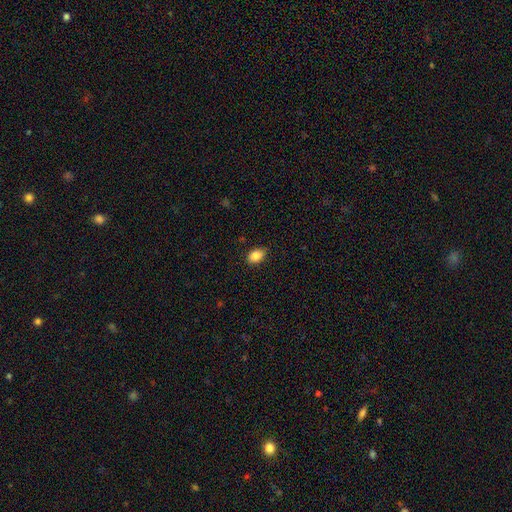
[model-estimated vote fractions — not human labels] smooth 86%, star or artifact 8%, featured or disk 6%. Down the decision tree: how rounded — in between (83%); merging — none (84%).